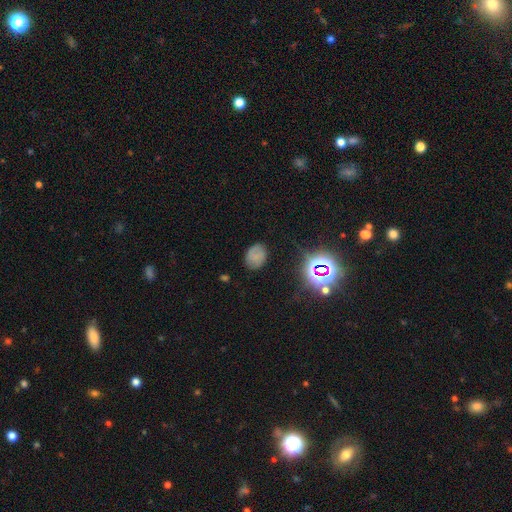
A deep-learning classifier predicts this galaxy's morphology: A smooth galaxy with no disk features (64%) that is in between round and cigar-shaped (55%). Merging: none (77%).